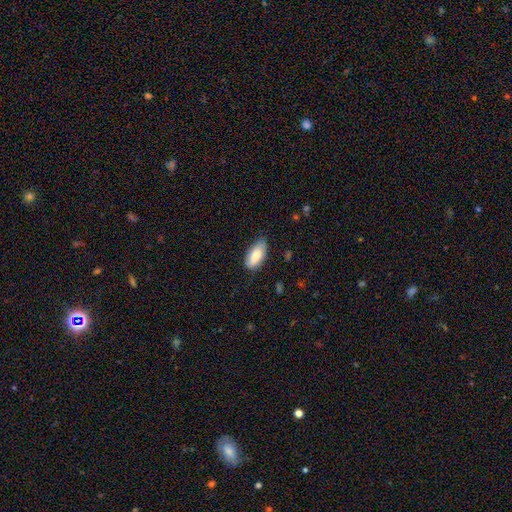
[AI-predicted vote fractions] A smooth galaxy with no disk features (81%) that is in between round and cigar-shaped (90%). Merging: none (70%).